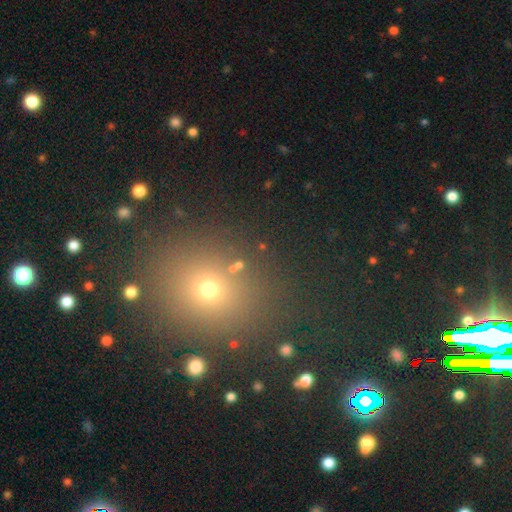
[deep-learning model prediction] Smooth or featured? smooth (49%)
Merging? none (86%)